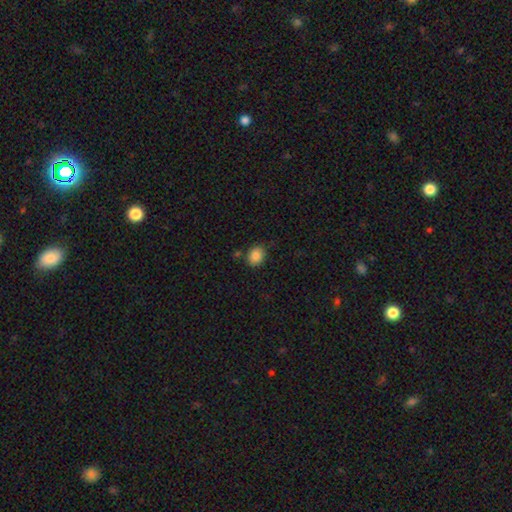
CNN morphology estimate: The model was most divided on "how rounded": in between: 50%, round: 49%, cigar-shaped: 1%. More confident: smooth or featured — smooth (86%); merging — none (80%).